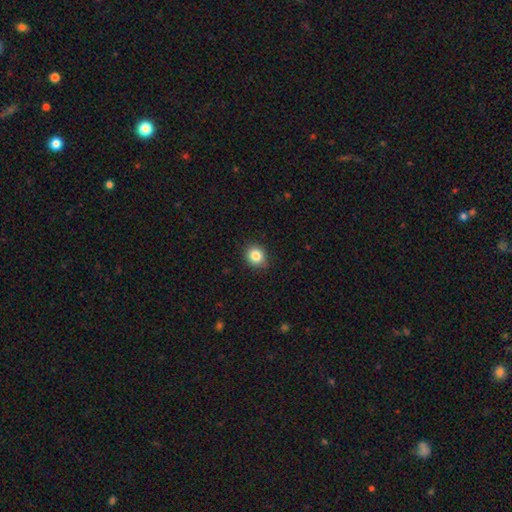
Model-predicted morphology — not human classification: Smooth or featured: smooth — 85% (star or artifact — 10%)
How rounded: round — 77% (in between — 22%)
Merging: none — 89% (minor disturbance — 8%)